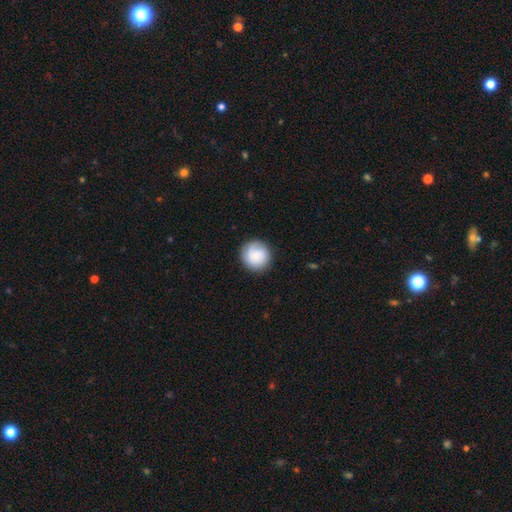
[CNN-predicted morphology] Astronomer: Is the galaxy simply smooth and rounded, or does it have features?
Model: smooth — 77%.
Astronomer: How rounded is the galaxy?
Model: round — 93%.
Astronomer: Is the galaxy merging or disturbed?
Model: none — 84%.